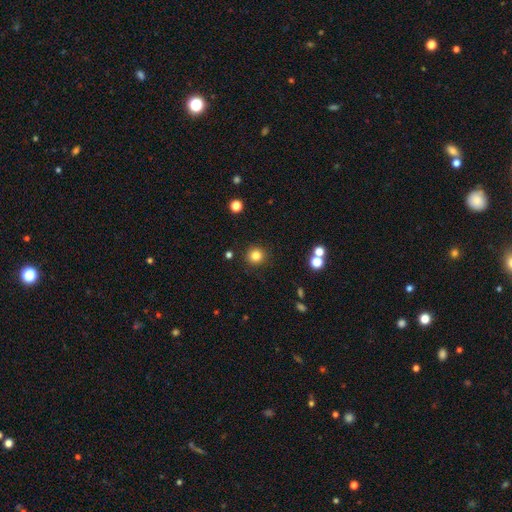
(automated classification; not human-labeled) Smooth or featured? Predicted: smooth (p=0.82). How rounded? Predicted: round (p=0.94). Merging? Predicted: none (p=0.90).